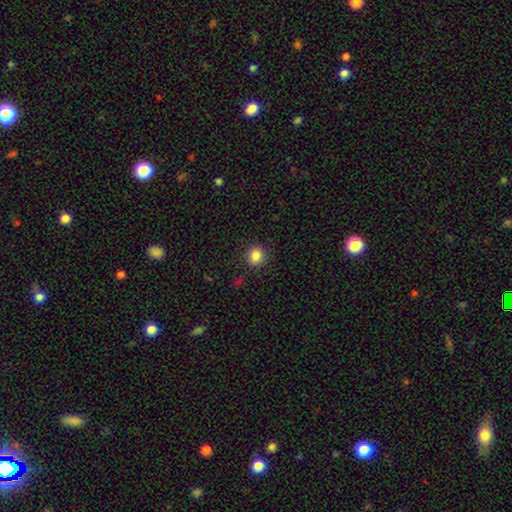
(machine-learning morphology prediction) Q: Smooth or featured?
A: smooth (85%); runner-up: star or artifact (11%)
Q: How rounded?
A: round (80%); runner-up: in between (19%)
Q: Merging?
A: none (89%); runner-up: minor disturbance (7%)